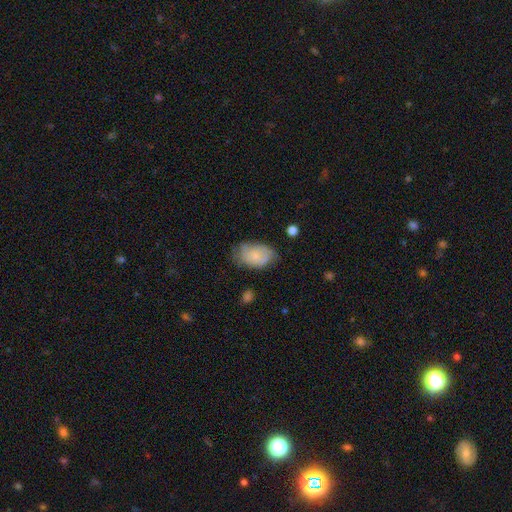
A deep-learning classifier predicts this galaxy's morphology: smooth_or_featured: smooth (p=0.72) [alt: featured or disk p=0.21]
how_rounded: in between (p=0.89) [alt: round p=0.10]
merging: none (p=0.58) [alt: minor disturbance p=0.31]